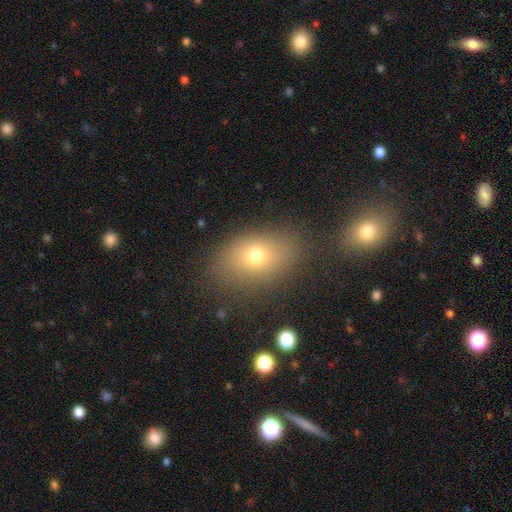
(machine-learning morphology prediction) Overall: smooth (70%). How rounded: in between (76%). Merging: none (77%).